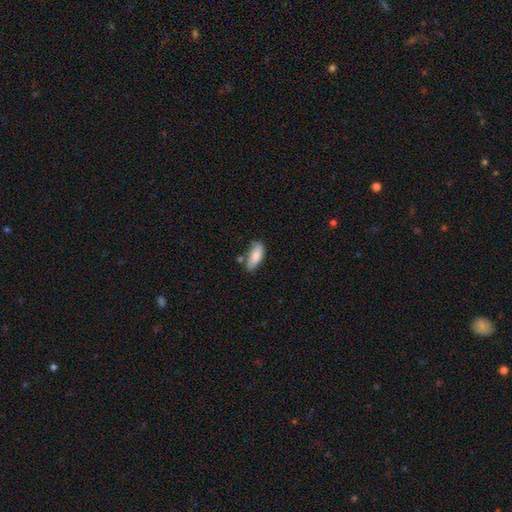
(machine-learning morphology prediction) Smooth or featured?
  - smooth: 84% *
  - featured or disk: 10%
  - star or artifact: 6%
How rounded?
  - in between: 82% *
  - cigar-shaped: 16%
  - round: 2%
Merging?
  - none: 61% *
  - minor disturbance: 24%
  - merger: 9%
  - major disturbance: 5%